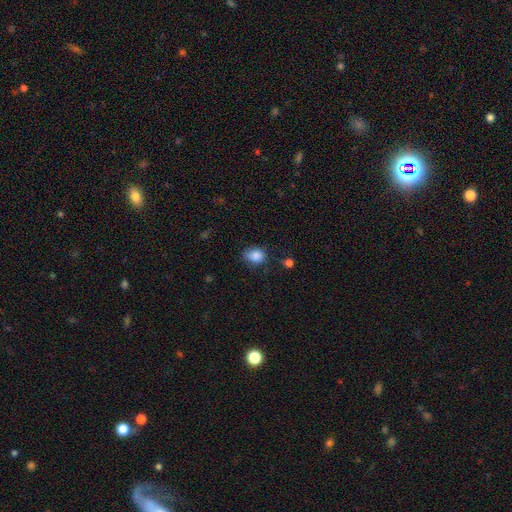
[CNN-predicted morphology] Q: Smooth or featured?
A: smooth (86%); runner-up: star or artifact (9%)
Q: How rounded?
A: in between (57%); runner-up: round (42%)
Q: Merging?
A: none (66%); runner-up: minor disturbance (26%)